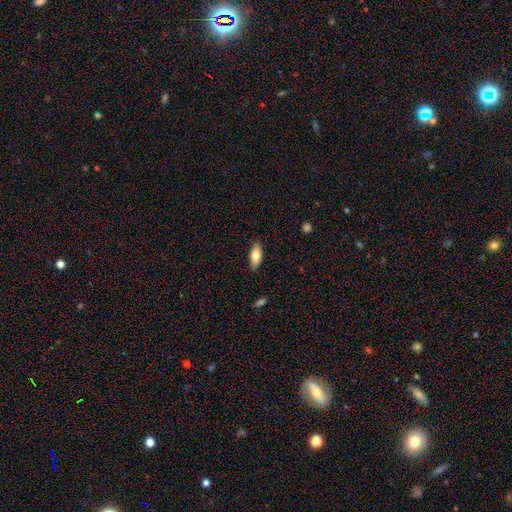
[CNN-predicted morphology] A smooth galaxy with no disk features (77%) that is in between round and cigar-shaped (77%).

Vote fractions:
- Smooth or featured? smooth: 77% / featured or disk: 17% / star or artifact: 6%
- How rounded? in between: 77% / cigar-shaped: 21% / round: 2%
- Merging? none: 87% / minor disturbance: 10% / major disturbance: 2% / merger: 1%